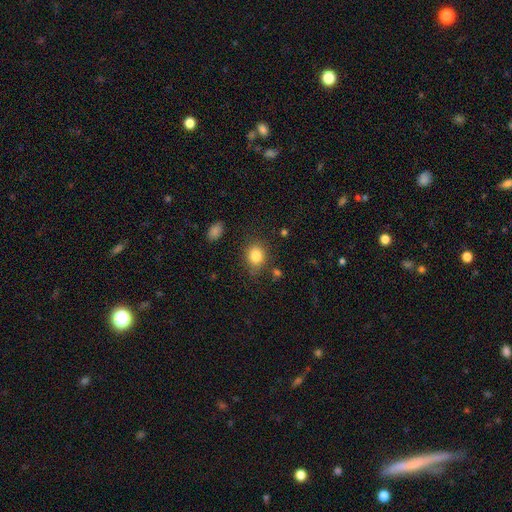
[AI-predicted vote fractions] Morphology: type=smooth (83%); roundness=round (56%); merging=none (77%).